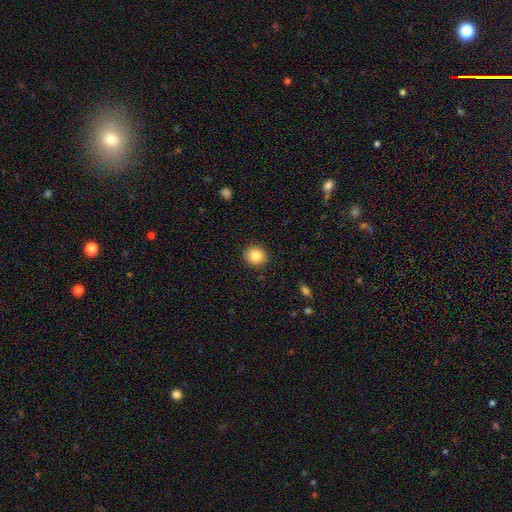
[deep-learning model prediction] Smooth or featured?
  - smooth: 84% *
  - star or artifact: 10%
  - featured or disk: 6%
How rounded?
  - round: 86% *
  - in between: 13%
  - cigar-shaped: 1%
Merging?
  - none: 91% *
  - minor disturbance: 6%
  - major disturbance: 2%
  - merger: 1%